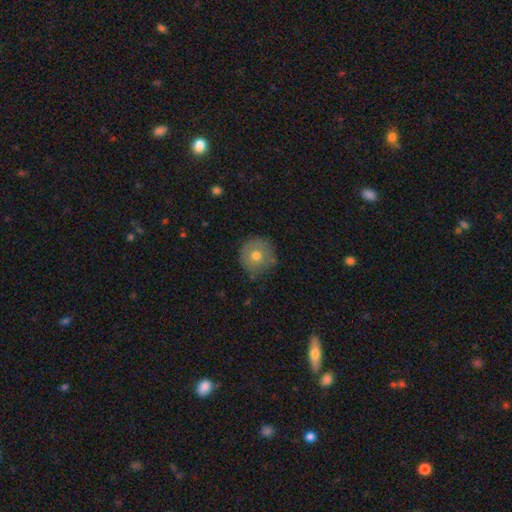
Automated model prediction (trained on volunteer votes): The model was most divided on "smooth or featured": smooth: 67%, featured or disk: 23%, star or artifact: 10%. More confident: how rounded — round (95%); merging — none (83%).